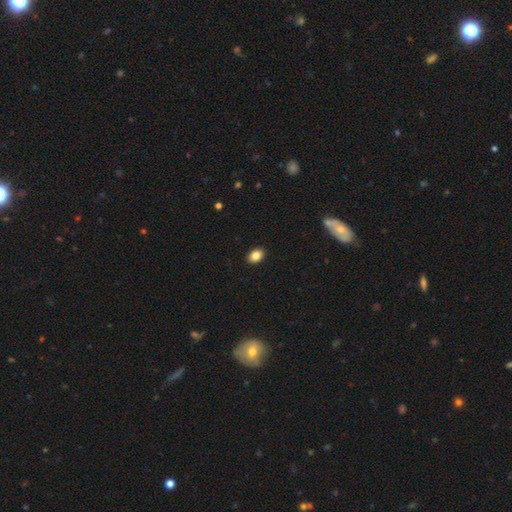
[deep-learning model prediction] Smooth or featured? smooth (85%)
How rounded? in between (75%)
Merging? none (91%)